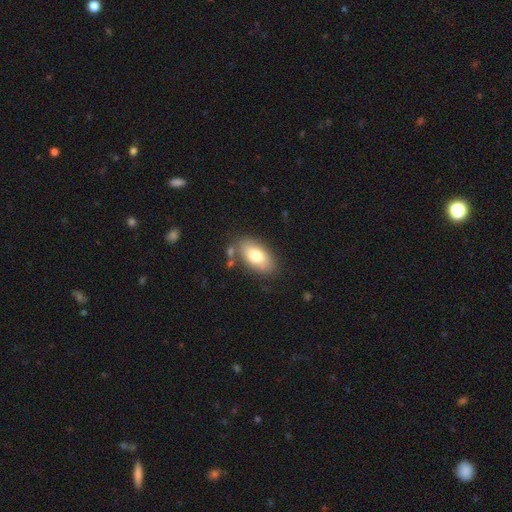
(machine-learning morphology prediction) Smooth or featured? smooth (75%)
How rounded? in between (92%)
Merging? none (76%)